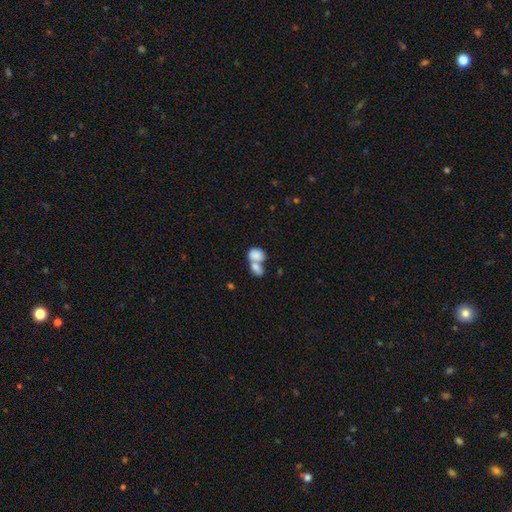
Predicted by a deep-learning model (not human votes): A smooth galaxy with no disk features (80%) that is in between round and cigar-shaped (76%). Merging: merger (73%).